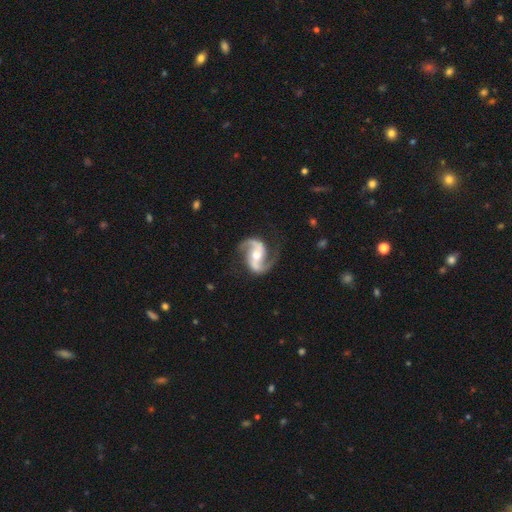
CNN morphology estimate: Smooth or featured?
  - featured or disk: 93% *
  - star or artifact: 4%
  - smooth: 4%
Edge-on disk?
  - no: 98% *
  - yes: 2%
Bar?
  - weak: 37% *
  - no: 35%
  - strong: 29%
Spiral arms?
  - yes: 98% *
  - no: 2%
Spiral winding?
  - medium: 53% *
  - loose: 35%
  - tight: 12%
Spiral arm count?
  - 2: 94% *
  - can't tell: 1%
  - 1: 1%
  - 3: 1%
  - 4: 1%
  - more than 4: 1%
Bulge size?
  - moderate: 67% *
  - small: 22%
  - large: 8%
  - none: 2%
  - dominant: 1%
Merging?
  - none: 79% *
  - minor disturbance: 13%
  - major disturbance: 6%
  - merger: 2%